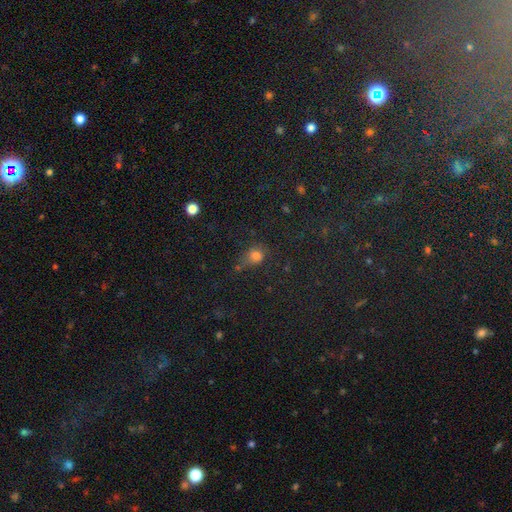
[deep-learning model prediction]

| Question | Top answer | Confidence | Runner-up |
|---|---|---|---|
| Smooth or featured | smooth | 72% | star or artifact (20%) |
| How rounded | round | 65% | in between (33%) |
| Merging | none | 53% | minor disturbance (24%) |